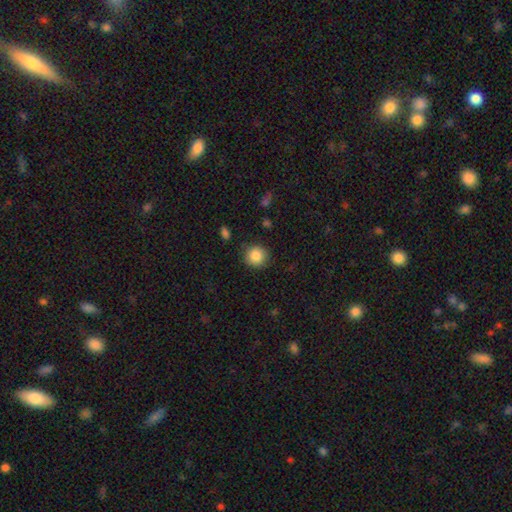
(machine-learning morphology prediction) smooth-or-featured: smooth: 86% | star or artifact: 9% | featured or disk: 5%
  how-rounded: round: 91% | in between: 8% | cigar-shaped: 1%
  merging: none: 86% | minor disturbance: 10% | major disturbance: 3% | merger: 2%